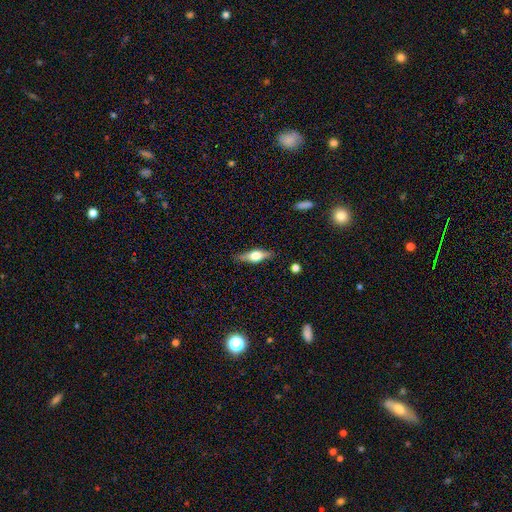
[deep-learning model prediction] Smooth or featured: featured or disk — 55% (smooth — 39%)
Edge-on disk: yes — 93% (no — 7%)
Edge-on bulge: rounded — 91% (boxy — 8%)
Merging: none — 84% (minor disturbance — 12%)